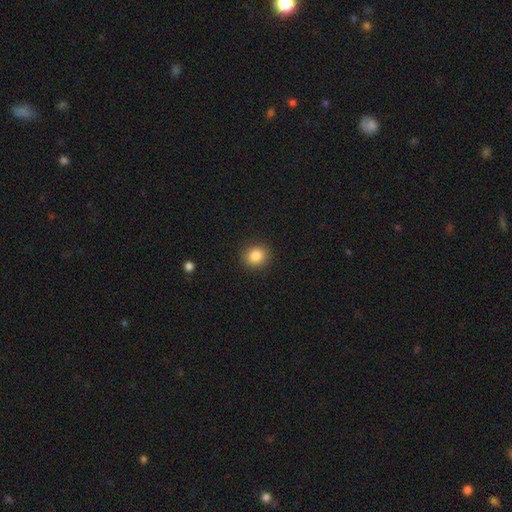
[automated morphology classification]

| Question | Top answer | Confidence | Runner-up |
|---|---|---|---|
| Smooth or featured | smooth | 86% | star or artifact (10%) |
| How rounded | round | 81% | in between (18%) |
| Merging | none | 91% | minor disturbance (6%) |